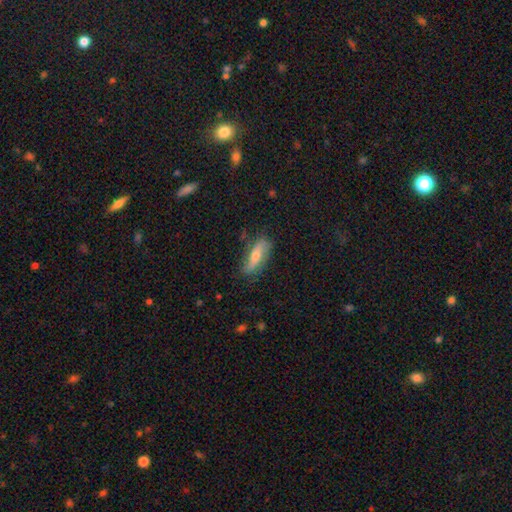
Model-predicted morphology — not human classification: Smooth or featured: featured or disk — 51% (smooth — 42%)
Edge-on disk: no — 66% (yes — 34%)
Merging: none — 76% (minor disturbance — 18%)